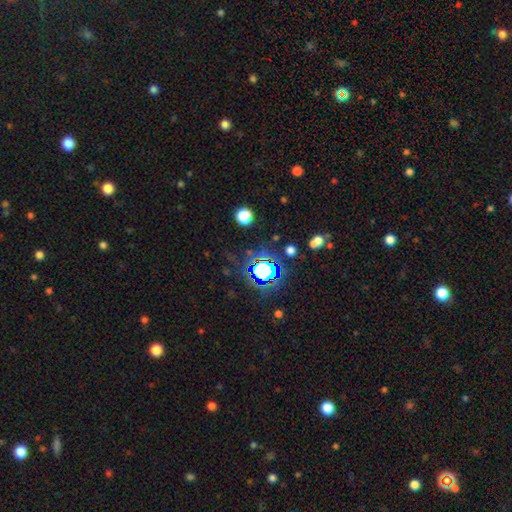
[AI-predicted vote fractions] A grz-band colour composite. It shows a star or artifact, not a galaxy (79%).